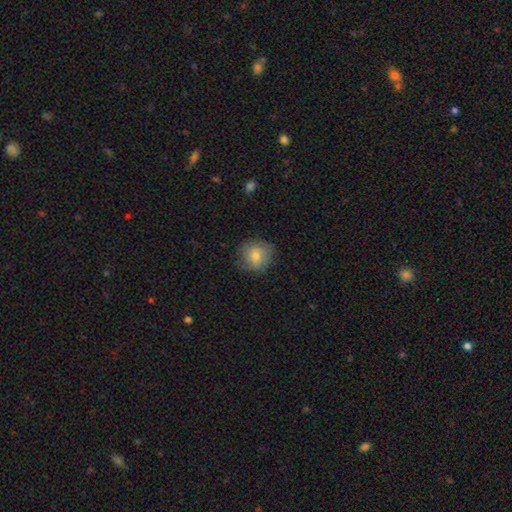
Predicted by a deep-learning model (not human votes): Overall: smooth (78%). How rounded: round (84%). Merging: none (77%).